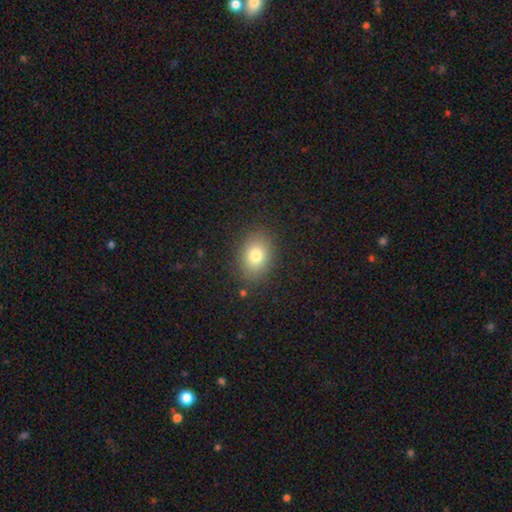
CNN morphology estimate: This appears to be a smooth galaxy with no disk features (78%) that is in between round and cigar-shaped (65%). Merging: none (86%).